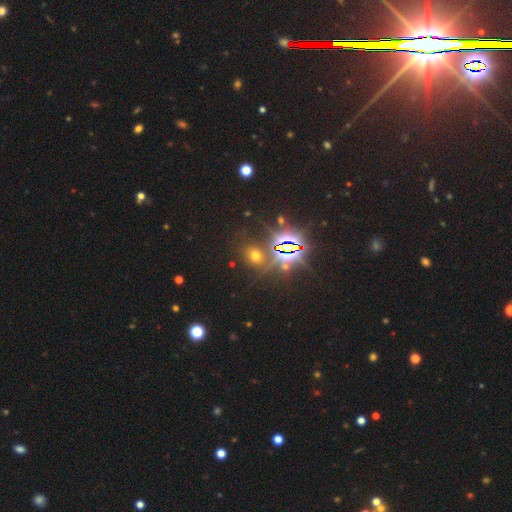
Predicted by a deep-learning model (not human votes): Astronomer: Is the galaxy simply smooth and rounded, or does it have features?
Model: star or artifact — 49% (runner-up: smooth, 43%).